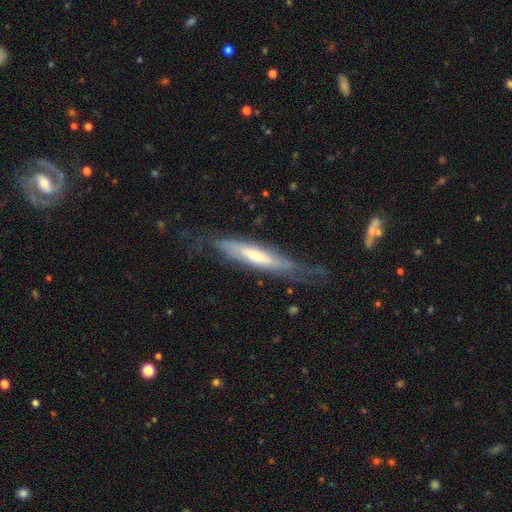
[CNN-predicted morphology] smooth_or_featured: featured or disk (p=0.61) [alt: smooth p=0.33]
disk_edge_on: yes (p=0.63) [alt: no p=0.37]
merging: none (p=0.59) [alt: minor disturbance p=0.24]